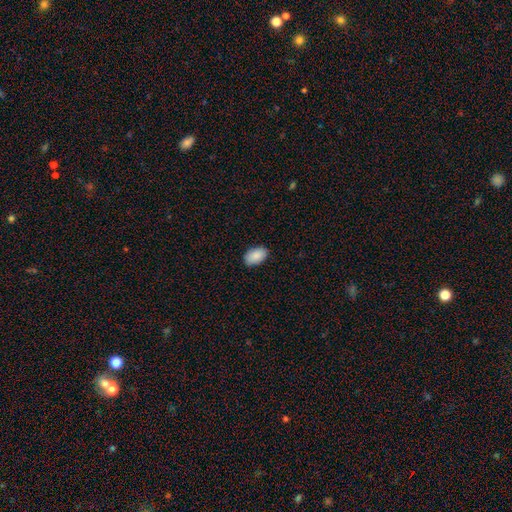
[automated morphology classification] smooth 90%, star or artifact 6%, featured or disk 4%. Down the decision tree: how rounded — in between (93%); merging — none (87%).